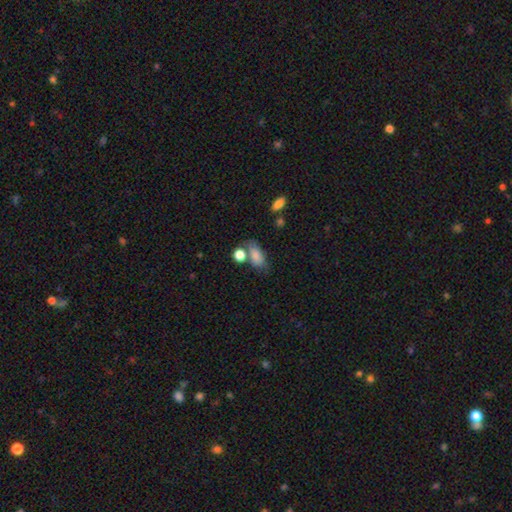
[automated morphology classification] This is clearly a smooth galaxy (81%). How rounded: clearly in between (85%). Merging: possibly none (51%).